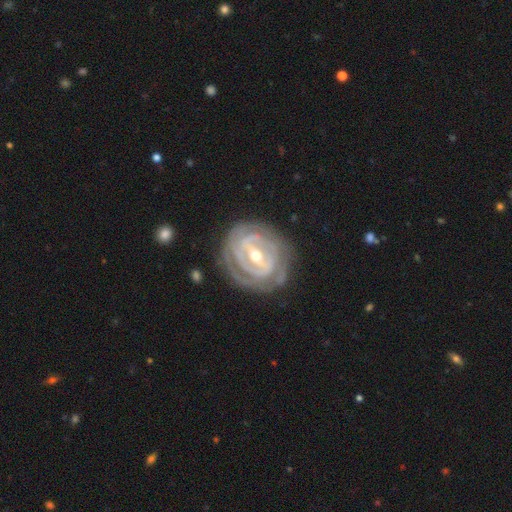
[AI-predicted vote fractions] A featured or disk galaxy (90%) with a strong bar (52%), 2 (29%, tied with can't tell) tight (83%) spiral arms (94%) and a moderate central bulge (59%). Merging: none (78%).